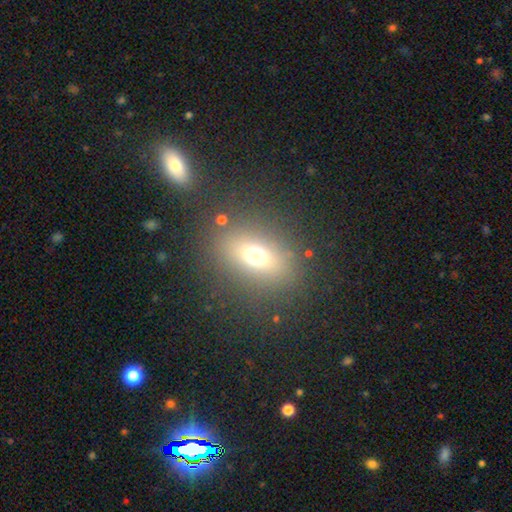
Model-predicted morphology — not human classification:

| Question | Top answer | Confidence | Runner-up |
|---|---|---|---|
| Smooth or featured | smooth | 65% | star or artifact (18%) |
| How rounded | in between | 61% | round (34%) |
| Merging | none | 81% | minor disturbance (10%) |